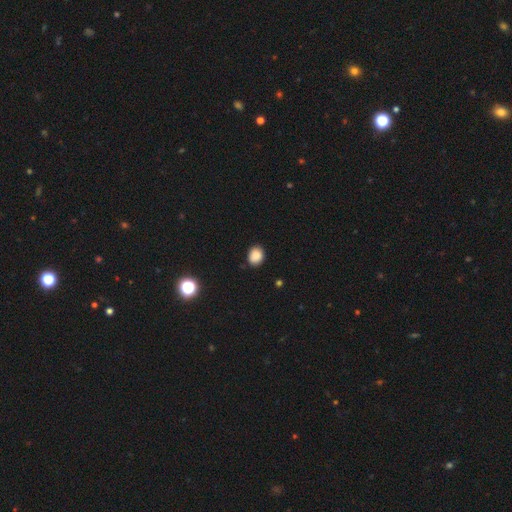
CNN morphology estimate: smooth 87%, star or artifact 10%, featured or disk 3%. Down the decision tree: how rounded — round (57%); merging — none (85%).